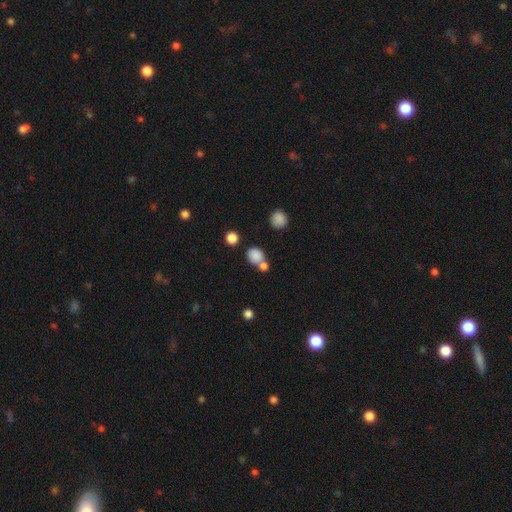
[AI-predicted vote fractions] This is clearly a smooth galaxy (83%). How rounded: likely round (73%). Merging: possibly none (50%).